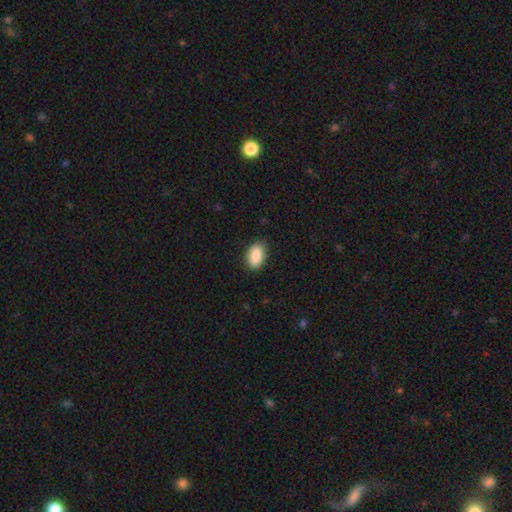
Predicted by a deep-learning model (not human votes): A smooth galaxy with no disk features (89%) that is in between round and cigar-shaped (92%).

Vote fractions:
- Smooth or featured? smooth: 89% / star or artifact: 7% / featured or disk: 4%
- How rounded? in between: 92% / round: 6% / cigar-shaped: 3%
- Merging? none: 85% / minor disturbance: 12% / major disturbance: 2% / merger: 1%